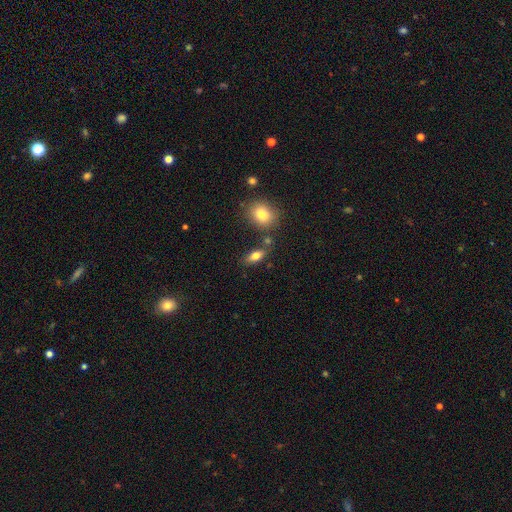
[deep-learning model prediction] Smooth or featured: smooth — 76% (featured or disk — 15%)
How rounded: in between — 79% (cigar-shaped — 14%)
Merging: none — 73% (minor disturbance — 13%)